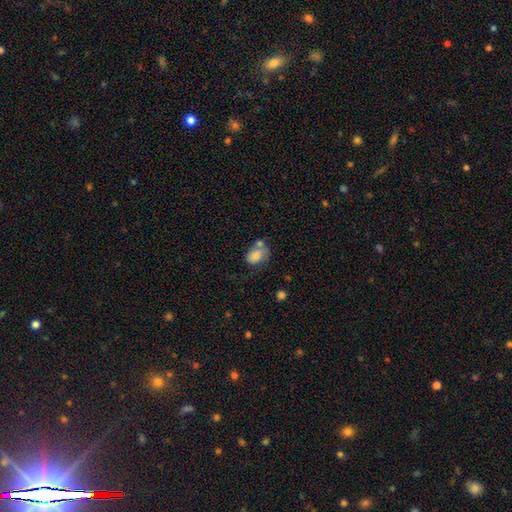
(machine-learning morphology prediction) A smooth galaxy with no disk features (77%) that is in between round and cigar-shaped (74%).

Vote fractions:
- Smooth or featured? smooth: 77% / featured or disk: 15% / star or artifact: 9%
- How rounded? in between: 74% / round: 25% / cigar-shaped: 1%
- Merging? none: 35% / merger: 29% / minor disturbance: 23% / major disturbance: 13%